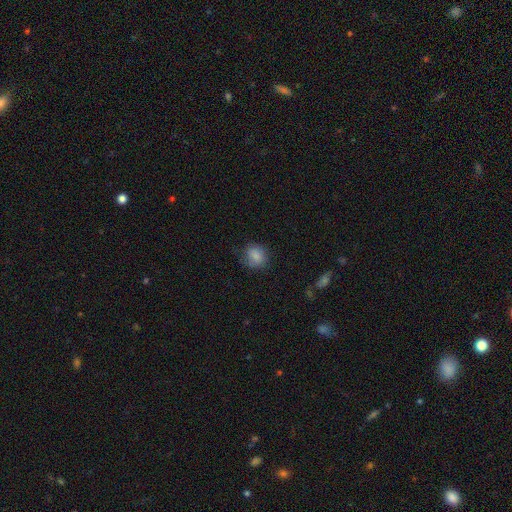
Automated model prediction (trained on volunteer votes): This appears to be a smooth galaxy with no disk features (83%) that is round (65%). Merging: none (68%).